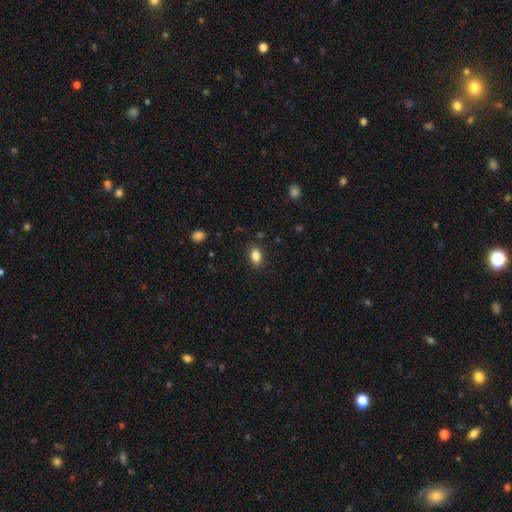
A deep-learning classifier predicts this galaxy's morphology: A smooth galaxy with no disk features (85%) that is in between round and cigar-shaped (87%).

Vote fractions:
- Smooth or featured? smooth: 85% / star or artifact: 9% / featured or disk: 6%
- How rounded? in between: 87% / round: 10% / cigar-shaped: 3%
- Merging? none: 87% / minor disturbance: 10% / major disturbance: 2% / merger: 1%